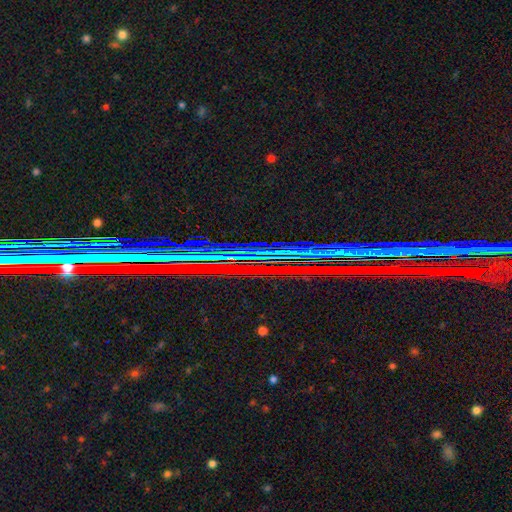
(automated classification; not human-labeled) The model was most divided on "smooth or featured": star or artifact: 81%, featured or disk: 11%, smooth: 8%.